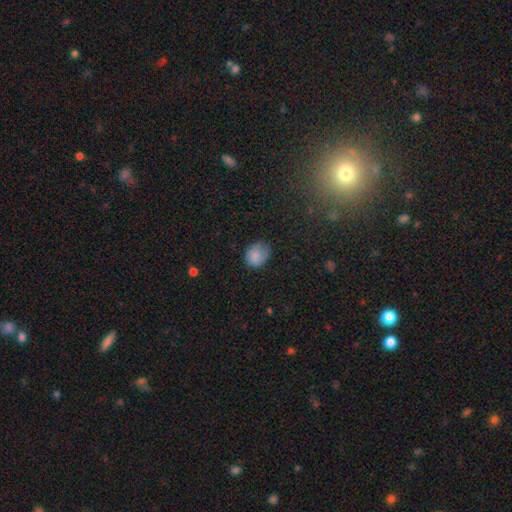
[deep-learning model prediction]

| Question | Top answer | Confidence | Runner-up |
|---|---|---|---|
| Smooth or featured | smooth | 82% | star or artifact (9%) |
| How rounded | round | 54% | in between (45%) |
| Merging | none | 62% | minor disturbance (28%) |